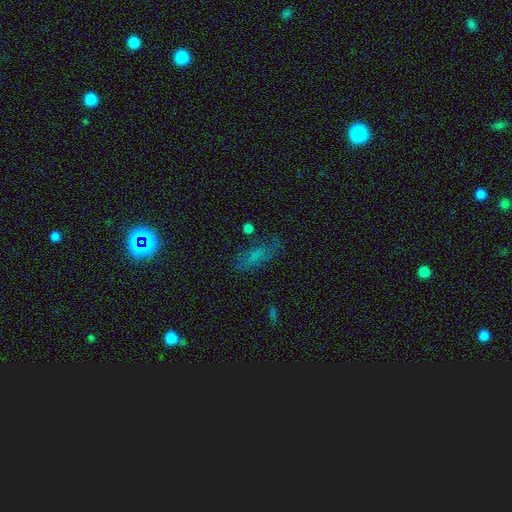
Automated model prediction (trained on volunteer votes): Q: Smooth or featured?
A: smooth (48%); runner-up: star or artifact (26%)
Q: Merging?
A: none (59%); runner-up: minor disturbance (22%)